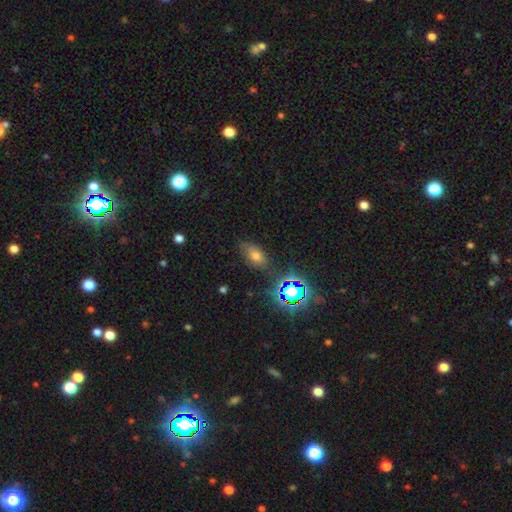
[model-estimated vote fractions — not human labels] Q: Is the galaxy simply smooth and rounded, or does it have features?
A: smooth — 64%.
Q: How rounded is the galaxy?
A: in between — 84%.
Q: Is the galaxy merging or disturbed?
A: none — 74%.